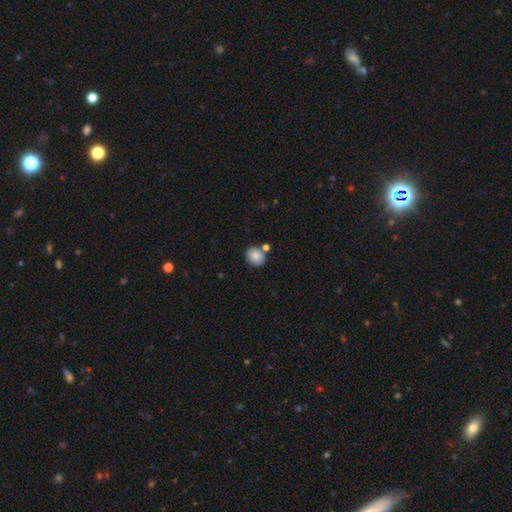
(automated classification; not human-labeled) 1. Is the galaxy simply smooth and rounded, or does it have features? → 84% smooth, 9% star or artifact, 8% featured or disk.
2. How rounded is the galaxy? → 74% round, 25% in between, 1% cigar-shaped.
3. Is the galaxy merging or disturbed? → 71% none, 15% merger, 11% minor disturbance, 3% major disturbance.